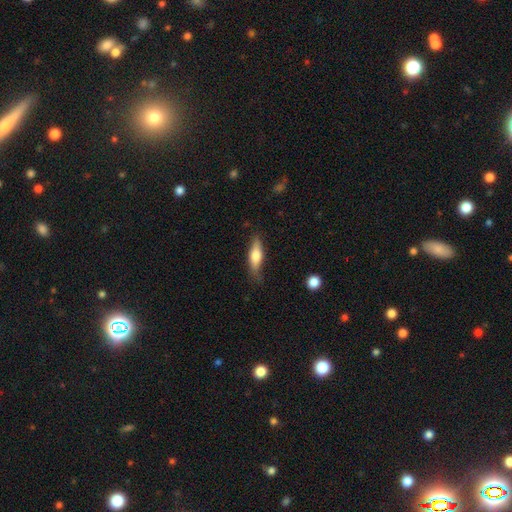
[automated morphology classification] This is likely a smooth galaxy (62%). How rounded: possibly cigar-shaped (51%). Merging: likely none (74%).